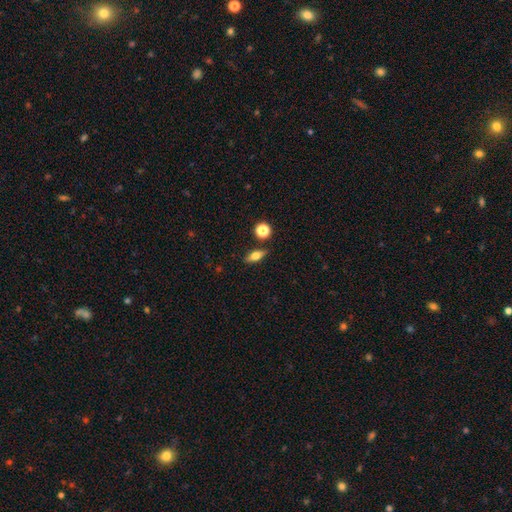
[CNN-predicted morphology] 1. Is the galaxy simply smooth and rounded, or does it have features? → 62% smooth, 29% featured or disk, 9% star or artifact.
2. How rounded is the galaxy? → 68% in between, 22% cigar-shaped, 10% round.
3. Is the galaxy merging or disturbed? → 84% none, 10% minor disturbance, 4% merger, 2% major disturbance.